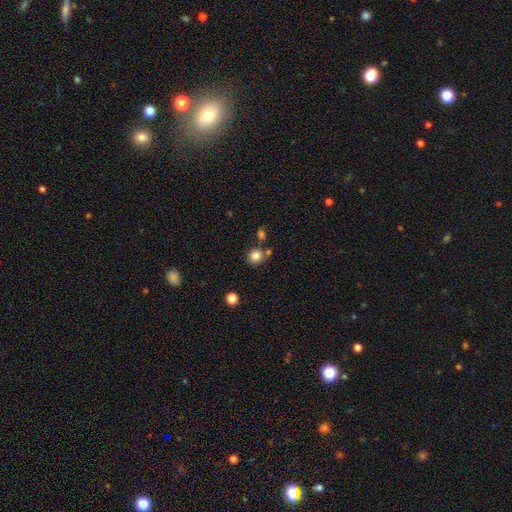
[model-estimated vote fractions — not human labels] Overall: smooth (83%). How rounded: round (89%). Merging: none (72%).